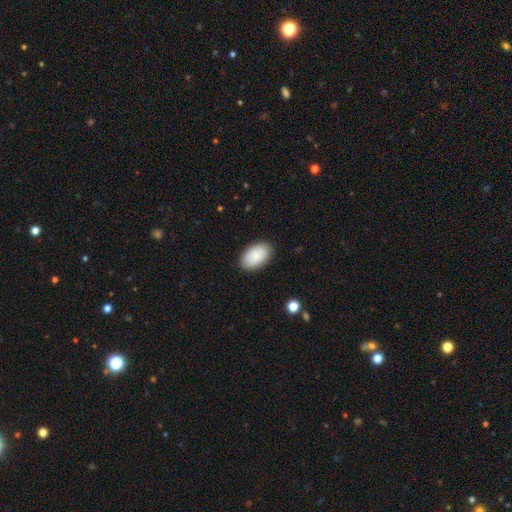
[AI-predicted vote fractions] smooth-or-featured: smooth: 88% | featured or disk: 6% | star or artifact: 6%
  how-rounded: in between: 95% | round: 4% | cigar-shaped: 1%
  merging: none: 88% | minor disturbance: 9% | major disturbance: 2% | merger: 1%